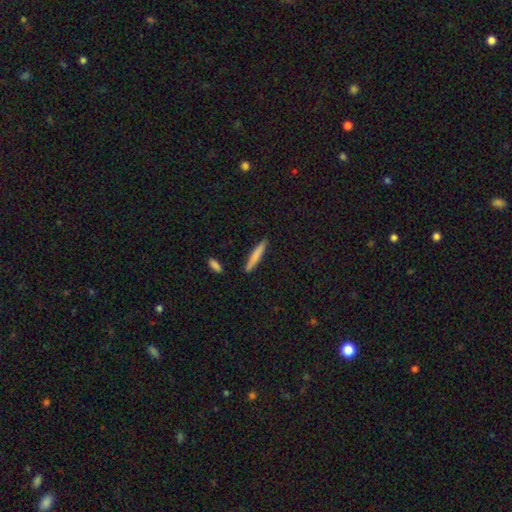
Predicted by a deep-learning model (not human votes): smooth 75%, featured or disk 19%, star or artifact 6%. Down the decision tree: how rounded — cigar-shaped (93%); merging — none (88%).